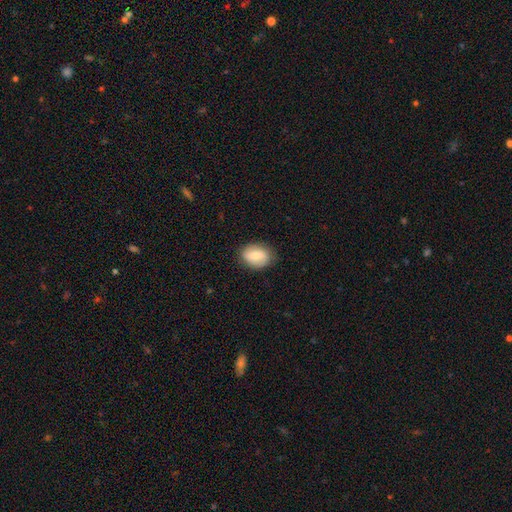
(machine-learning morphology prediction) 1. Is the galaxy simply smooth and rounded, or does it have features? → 70% smooth, 24% featured or disk, 7% star or artifact.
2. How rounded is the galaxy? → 75% in between, 24% round, 1% cigar-shaped.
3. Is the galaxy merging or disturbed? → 83% none, 13% minor disturbance, 3% major disturbance, 1% merger.